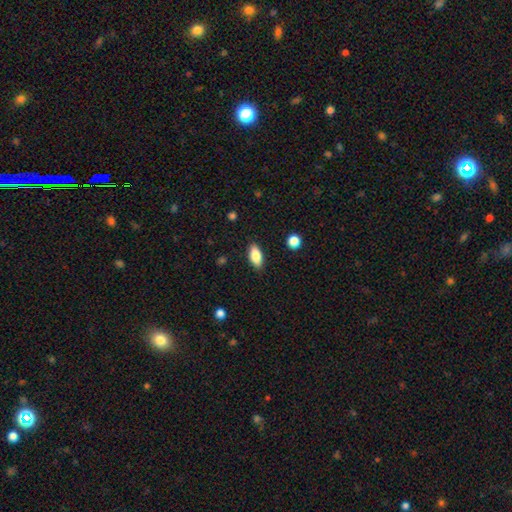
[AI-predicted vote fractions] Overall: smooth (83%). How rounded: in between (87%). Merging: none (88%).